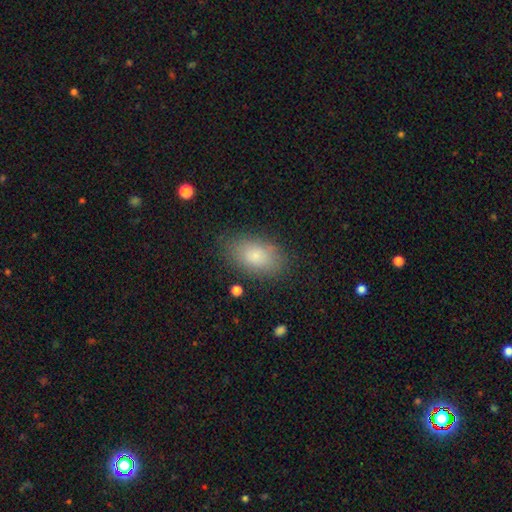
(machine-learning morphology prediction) Q: Smooth or featured?
A: smooth (82%); runner-up: featured or disk (10%)
Q: How rounded?
A: in between (91%); runner-up: round (7%)
Q: Merging?
A: none (81%); runner-up: minor disturbance (13%)